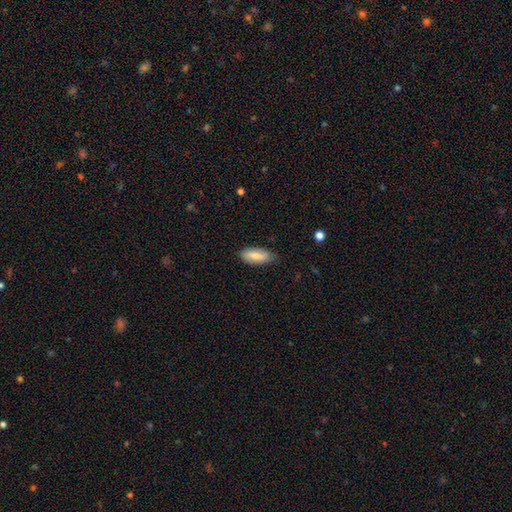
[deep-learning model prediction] smooth_or_featured: smooth (p=0.71) [alt: featured or disk p=0.23]
how_rounded: in between (p=0.85) [alt: cigar-shaped p=0.13]
merging: none (p=0.77) [alt: minor disturbance p=0.19]